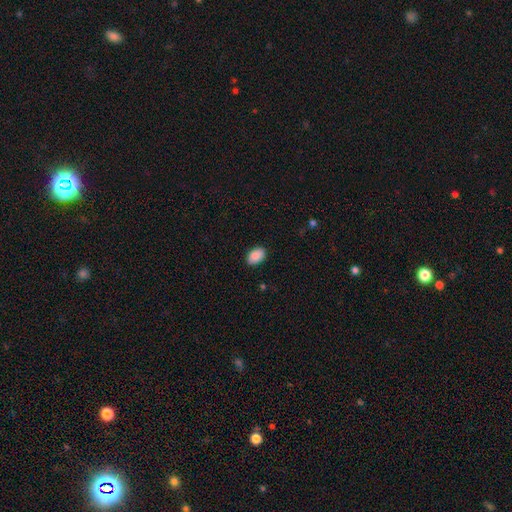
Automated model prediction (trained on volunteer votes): Overall: smooth (90%). How rounded: in between (89%). Merging: none (89%).